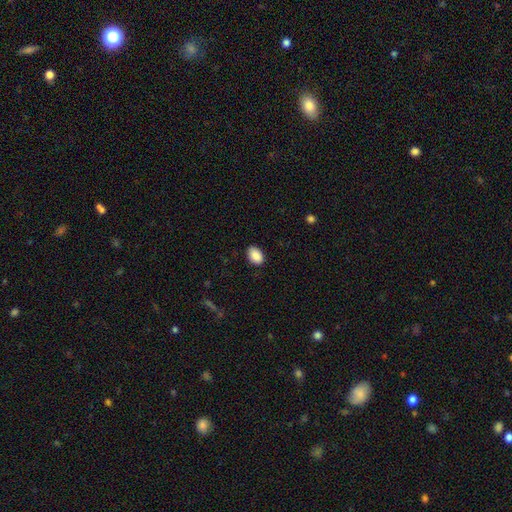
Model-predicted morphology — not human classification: Smooth or featured?
  - smooth: 90% *
  - star or artifact: 7%
  - featured or disk: 3%
How rounded?
  - in between: 87% *
  - round: 12%
  - cigar-shaped: 1%
Merging?
  - none: 87% *
  - minor disturbance: 10%
  - major disturbance: 2%
  - merger: 1%